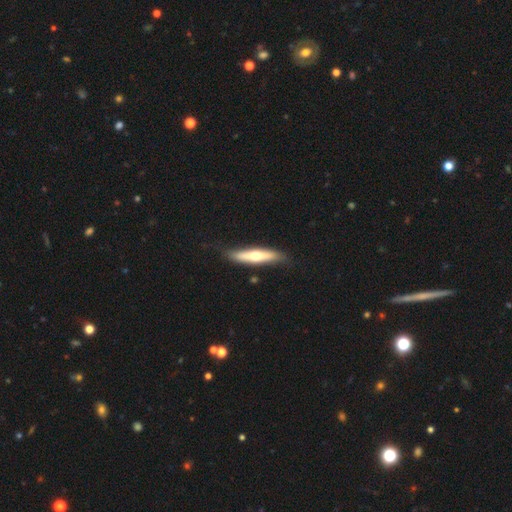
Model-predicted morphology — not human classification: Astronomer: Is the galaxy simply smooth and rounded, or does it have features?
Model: smooth — 49% (runner-up: featured or disk, 46%).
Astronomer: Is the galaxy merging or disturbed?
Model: none — 81%.